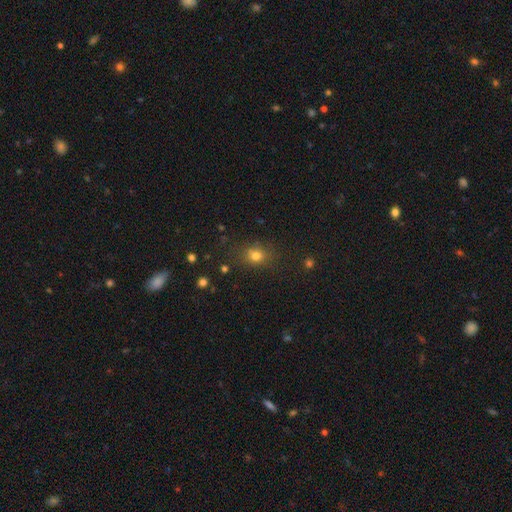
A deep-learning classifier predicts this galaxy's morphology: type=smooth (77%); roundness=round (62%); merging=none (79%).